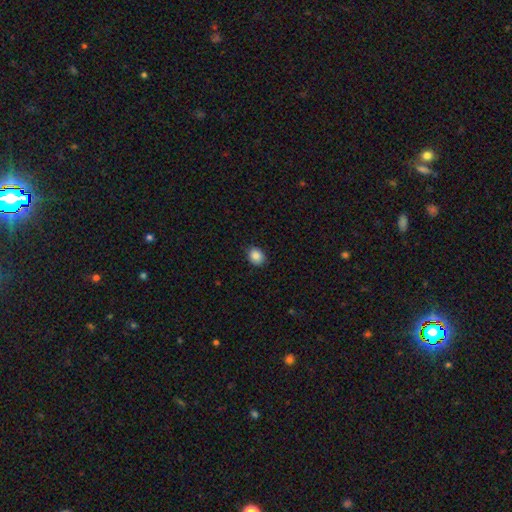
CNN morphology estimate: A smooth galaxy with no disk features (87%) that is round (55%). Merging: none (87%).